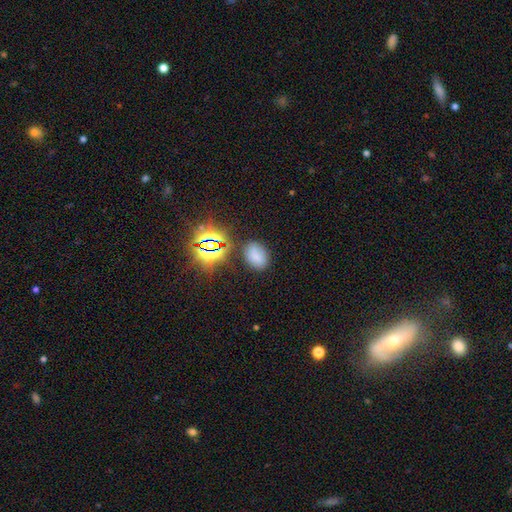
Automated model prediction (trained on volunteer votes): Overall: smooth (67%). How rounded: in between (77%). Merging: none (78%).